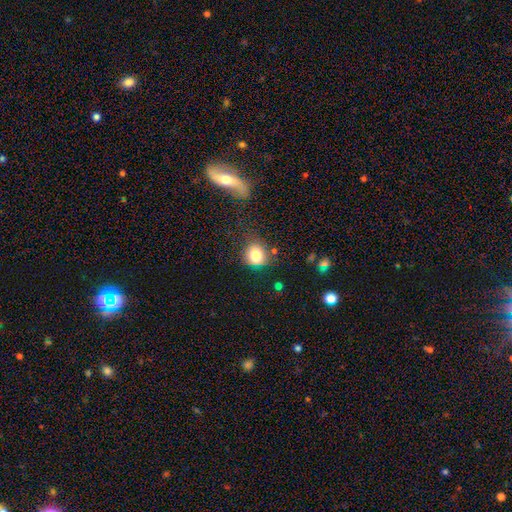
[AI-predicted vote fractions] smooth 80%, star or artifact 11%, featured or disk 9%. Down the decision tree: how rounded — round (79%); merging — none (68%).